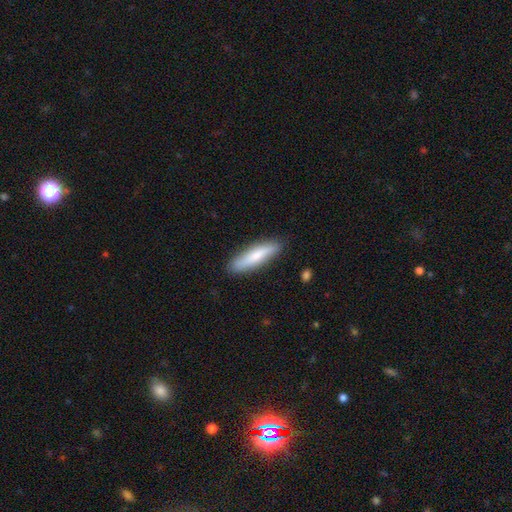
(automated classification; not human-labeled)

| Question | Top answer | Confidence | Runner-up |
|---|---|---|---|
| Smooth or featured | smooth | 72% | featured or disk (23%) |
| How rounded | cigar-shaped | 79% | in between (20%) |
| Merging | none | 85% | minor disturbance (11%) |